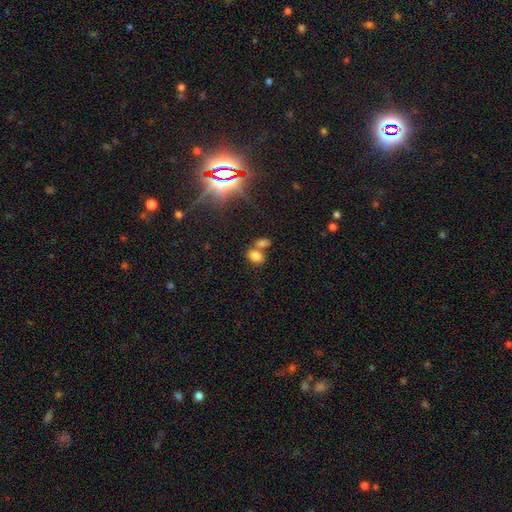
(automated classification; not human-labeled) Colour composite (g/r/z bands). It shows a smooth galaxy with no disk features (78%) that is in between round and cigar-shaped (77%). Merging: merger (48%).